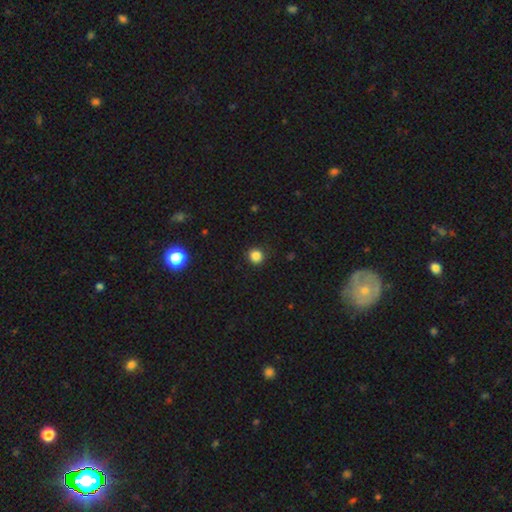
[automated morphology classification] Q: Smooth or featured?
A: smooth (85%); runner-up: star or artifact (12%)
Q: How rounded?
A: round (92%); runner-up: in between (7%)
Q: Merging?
A: none (90%); runner-up: minor disturbance (7%)